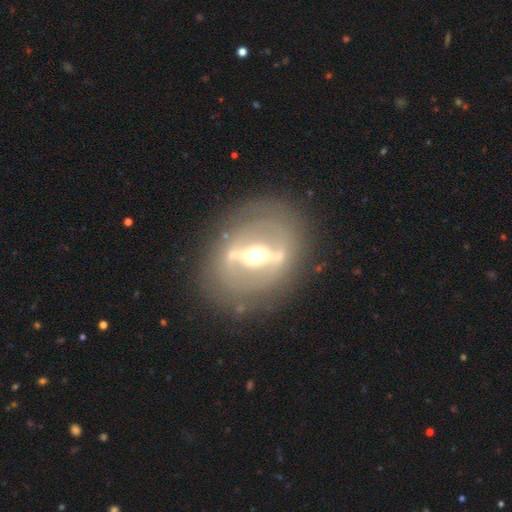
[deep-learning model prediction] smooth-or-featured: featured or disk: 81% | smooth: 13% | star or artifact: 6%
  disk-edge-on: no: 78% | yes: 22%
    bar: strong: 79% | weak: 14% | no: 7%
    has-spiral-arms: no: 75% | yes: 25%
    bulge-size: moderate: 68% | small: 20% | large: 10% | dominant: 1% | none: 1%
  merging: none: 79% | minor disturbance: 12% | major disturbance: 7% | merger: 2%